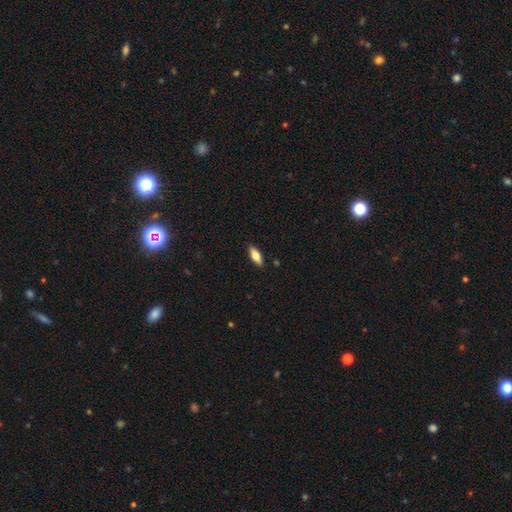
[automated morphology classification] Overall: smooth (74%). How rounded: in between (71%). Merging: none (89%).